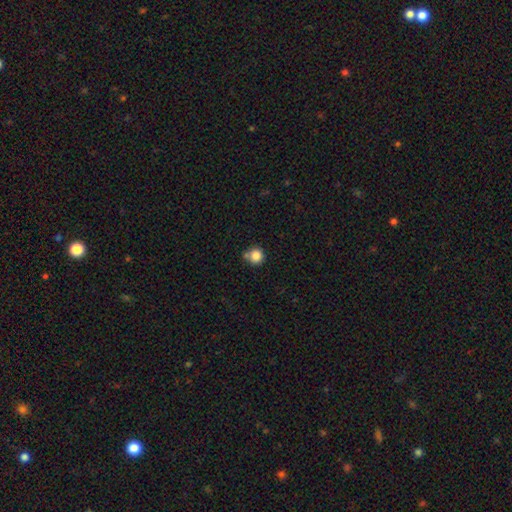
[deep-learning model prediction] Smooth or featured: smooth — 84% (star or artifact — 11%)
How rounded: round — 93% (in between — 6%)
Merging: none — 67% (merger — 16%)